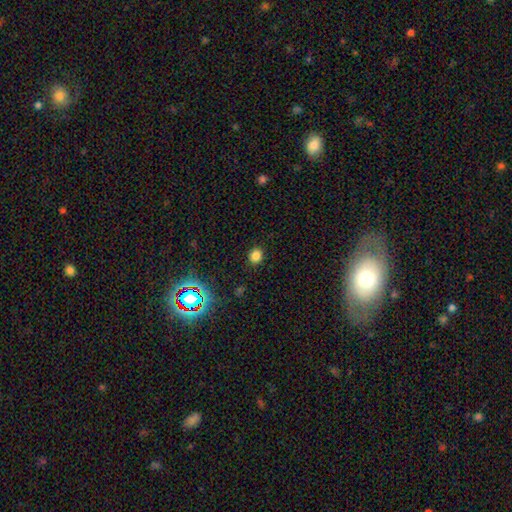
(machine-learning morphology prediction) smooth_or_featured: smooth (p=0.80) [alt: star or artifact p=0.15]
how_rounded: round (p=0.73) [alt: in between p=0.26]
merging: none (p=0.89) [alt: minor disturbance p=0.07]